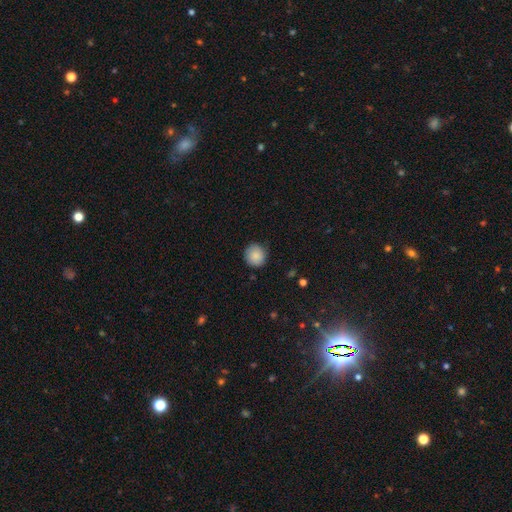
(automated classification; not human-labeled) Overall: smooth (87%). How rounded: round (92%). Merging: none (85%).